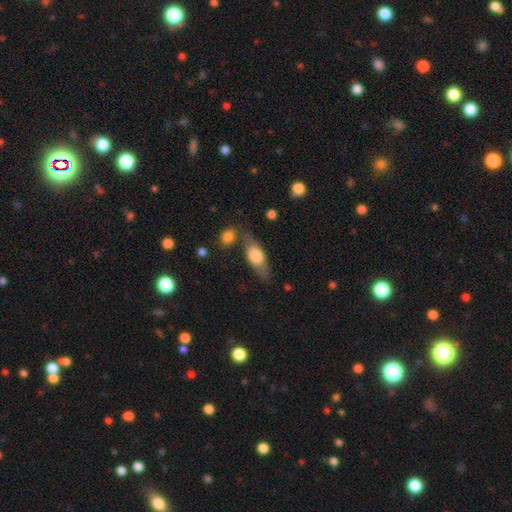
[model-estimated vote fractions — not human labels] The model was most divided on "smooth or featured": smooth: 65%, featured or disk: 28%, star or artifact: 6%. More confident: how rounded — in between (71%); merging — none (62%).